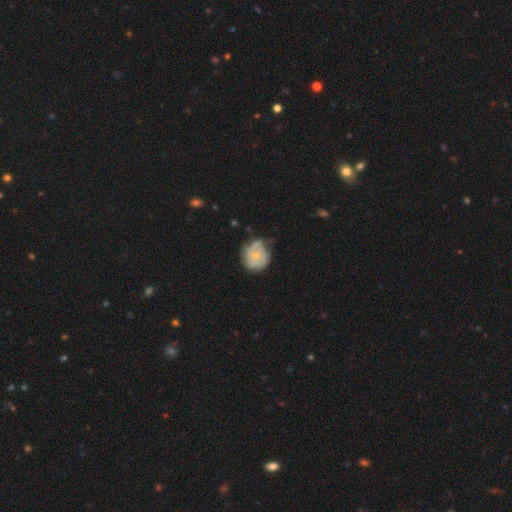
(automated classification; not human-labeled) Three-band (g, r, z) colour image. It shows a featured or disk galaxy (67%) with no bar (78%), 3 (35%) tight (49%) spiral arms (86%) and a small central bulge (70%). Merging: none (57%).